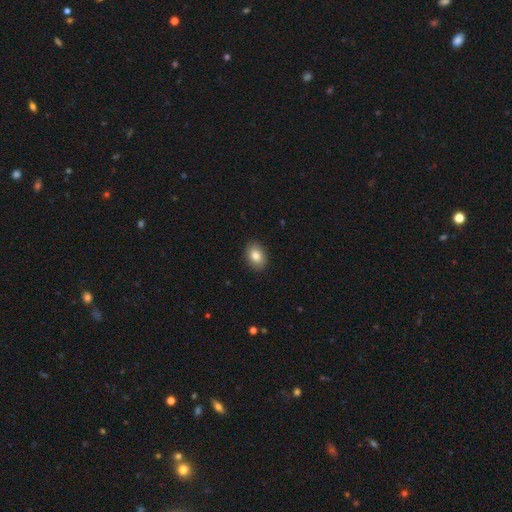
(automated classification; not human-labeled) smooth_or_featured: smooth (p=0.84) [alt: featured or disk p=0.08]
how_rounded: in between (p=0.76) [alt: round p=0.23]
merging: none (p=0.90) [alt: minor disturbance p=0.07]